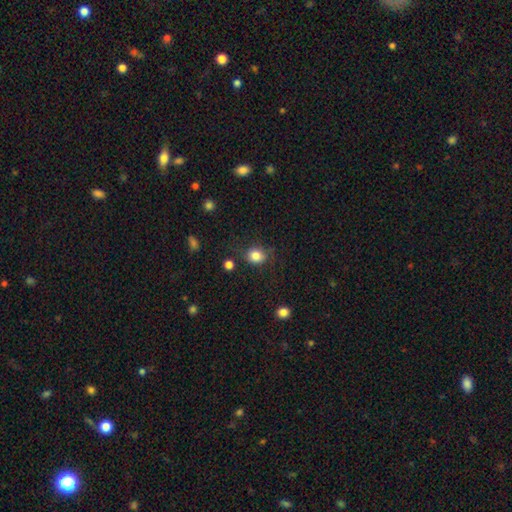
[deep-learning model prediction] This is clearly a smooth galaxy (83%). How rounded: likely round (70%). Merging: likely none (73%).